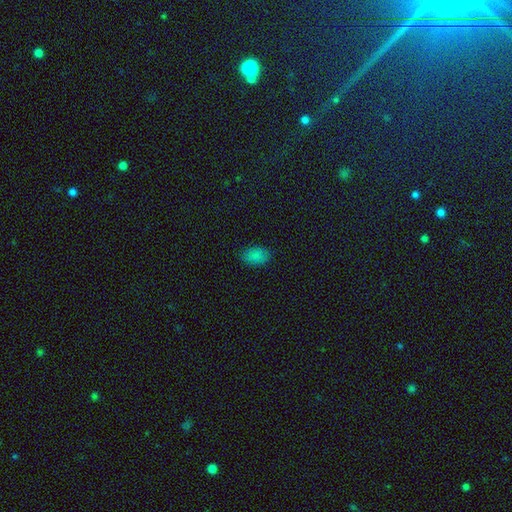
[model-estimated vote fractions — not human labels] This is clearly a smooth galaxy (83%). How rounded: clearly in between (91%). Merging: clearly none (84%).